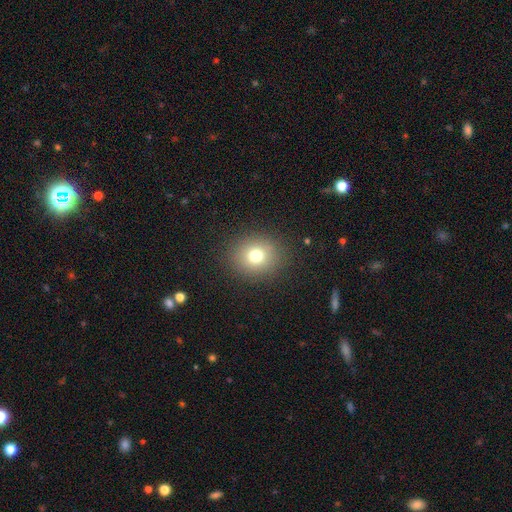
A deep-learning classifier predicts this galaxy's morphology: smooth_or_featured: smooth (p=0.75) [alt: star or artifact p=0.14]
how_rounded: round (p=0.76) [alt: in between p=0.23]
merging: none (p=0.88) [alt: minor disturbance p=0.07]